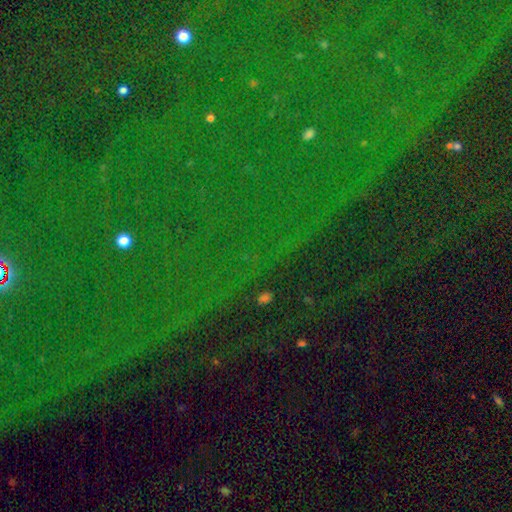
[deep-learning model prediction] Overall: star or artifact (84%).